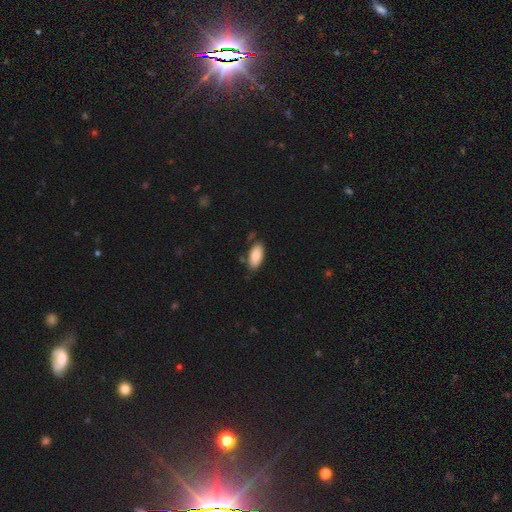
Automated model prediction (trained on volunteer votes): Q: Smooth or featured?
A: smooth (84%); runner-up: featured or disk (9%)
Q: How rounded?
A: in between (93%); runner-up: cigar-shaped (5%)
Q: Merging?
A: none (75%); runner-up: minor disturbance (17%)